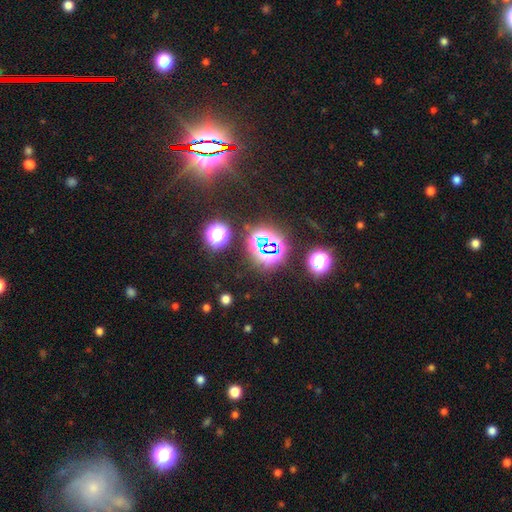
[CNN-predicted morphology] star or artifact 82%, smooth 11%, featured or disk 7%.